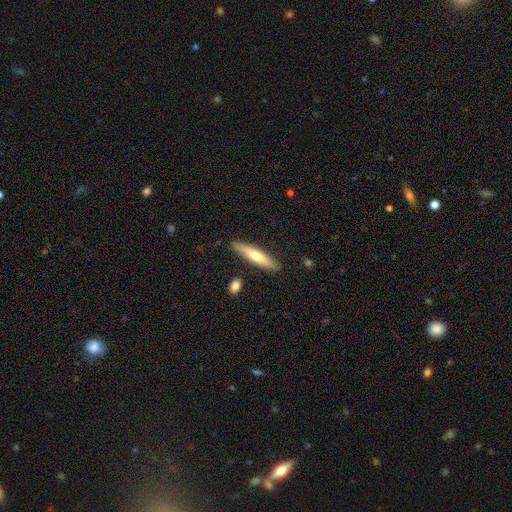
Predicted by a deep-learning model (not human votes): This appears to be a smooth galaxy with no disk features (59%) that is cigar-shaped (85%). Merging: none (86%).